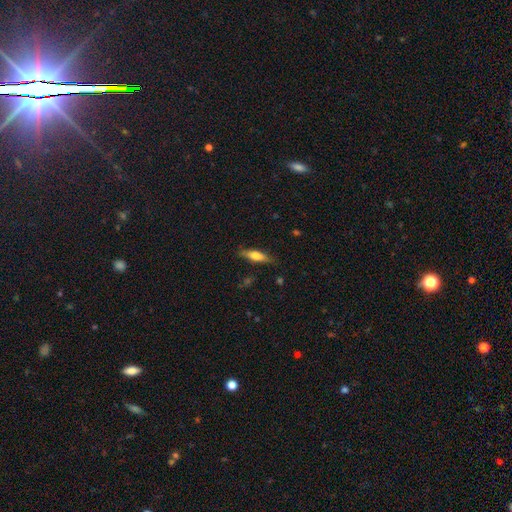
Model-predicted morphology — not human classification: Smooth or featured?
  - smooth: 60% *
  - featured or disk: 34%
  - star or artifact: 6%
How rounded?
  - cigar-shaped: 63% *
  - in between: 34%
  - round: 2%
Merging?
  - none: 81% *
  - minor disturbance: 14%
  - major disturbance: 3%
  - merger: 1%